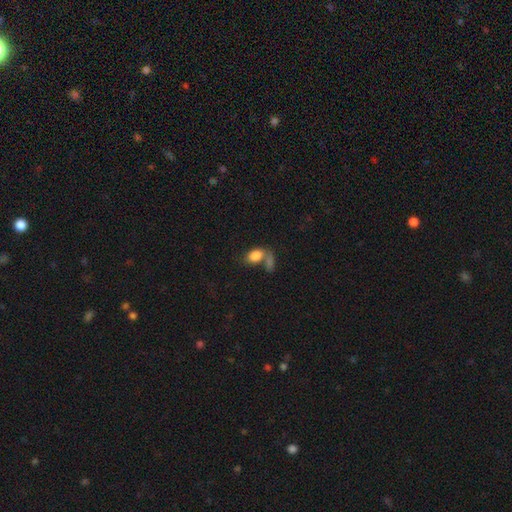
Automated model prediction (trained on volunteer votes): This is clearly a smooth galaxy (83%). How rounded: clearly in between (87%). Merging: marginally merger (44%).